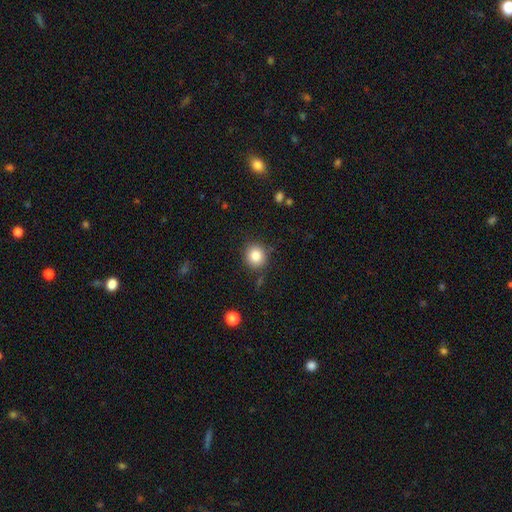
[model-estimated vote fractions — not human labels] Smooth or featured? Predicted: smooth (p=0.84). How rounded? Predicted: round (p=0.86). Merging? Predicted: none (p=0.85).